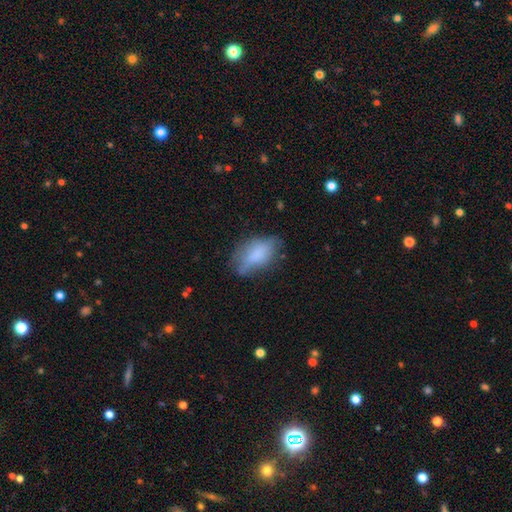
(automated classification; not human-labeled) Overall: smooth (72%). How rounded: in between (88%). Merging: none (51%; minor disturbance 34%).